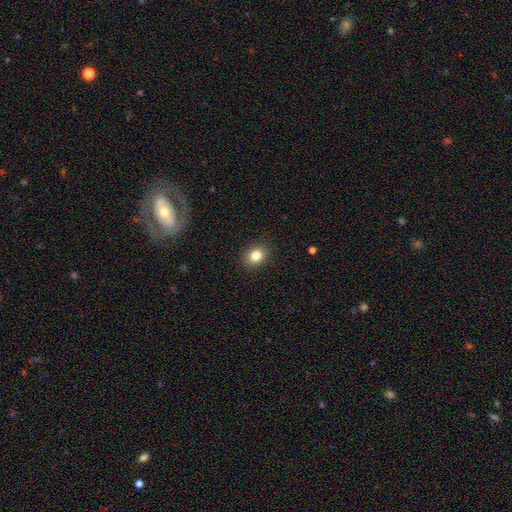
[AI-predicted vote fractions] Overall: smooth (83%). How rounded: round (53%; in between 46%). Merging: none (89%).